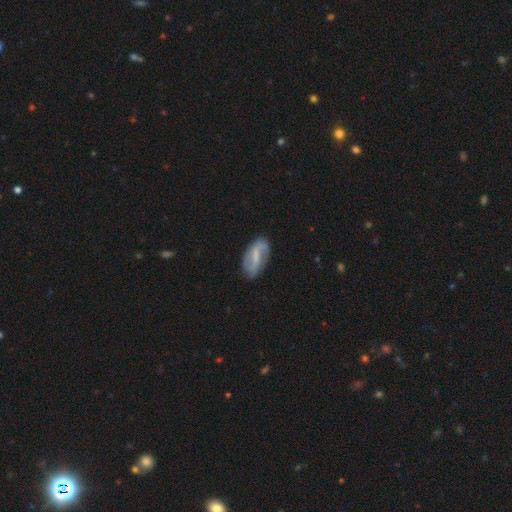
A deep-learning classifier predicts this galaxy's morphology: smooth_or_featured: featured or disk (p=0.68) [alt: smooth p=0.26]
disk_edge_on: no (p=0.95) [alt: yes p=0.05]
bar: weak (p=0.46) [alt: strong p=0.36]
has_spiral_arms: yes (p=0.86) [alt: no p=0.14]
spiral_winding: loose (p=0.49) [alt: medium p=0.34]
spiral_arm_count: 2 (p=0.80) [alt: can't tell p=0.09]
bulge_size: none (p=0.40) [alt: small p=0.34]
merging: none (p=0.74) [alt: minor disturbance p=0.18]